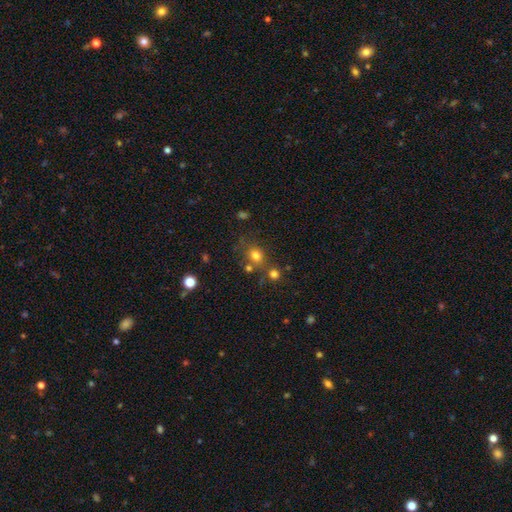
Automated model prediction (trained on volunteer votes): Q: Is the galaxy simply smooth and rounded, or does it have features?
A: smooth — 75%.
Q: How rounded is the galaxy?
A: round — 73%.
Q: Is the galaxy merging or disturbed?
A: none — 63%.